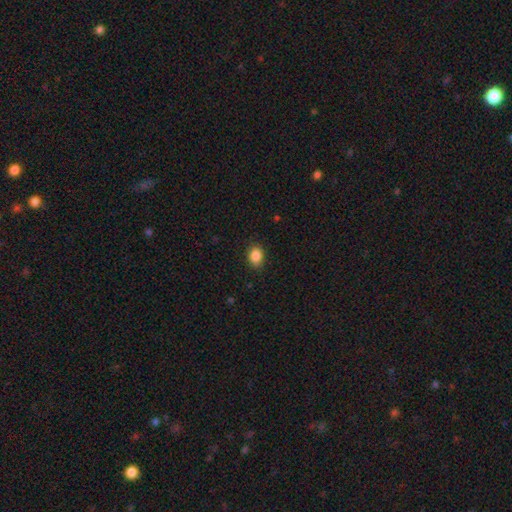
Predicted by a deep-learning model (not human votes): smooth-or-featured: smooth: 87% | star or artifact: 9% | featured or disk: 4%
  how-rounded: in between: 64% | round: 35% | cigar-shaped: 1%
  merging: none: 86% | minor disturbance: 11% | major disturbance: 2% | merger: 1%